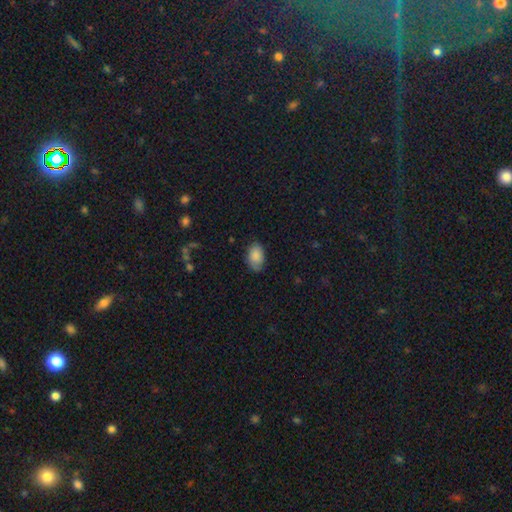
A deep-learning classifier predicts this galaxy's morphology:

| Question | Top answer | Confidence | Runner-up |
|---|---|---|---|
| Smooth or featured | smooth | 87% | star or artifact (7%) |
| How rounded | in between | 91% | round (8%) |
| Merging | none | 77% | minor disturbance (19%) |